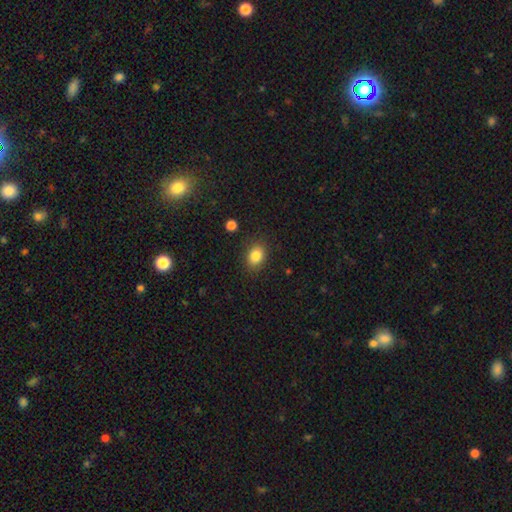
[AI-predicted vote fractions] Smooth or featured? Predicted: smooth (p=0.85). How rounded? Predicted: in between (p=0.67). Merging? Predicted: none (p=0.86).